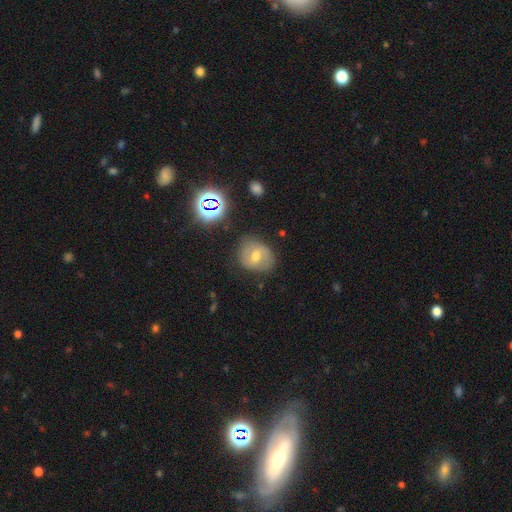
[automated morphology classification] Q: Smooth or featured?
A: smooth (45%); runner-up: featured or disk (41%)
Q: Merging?
A: none (75%); runner-up: minor disturbance (17%)